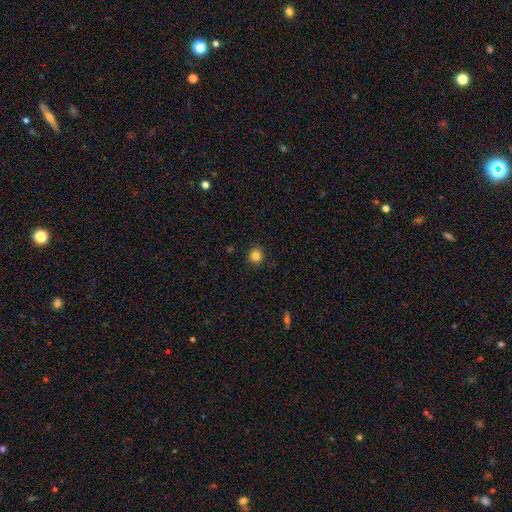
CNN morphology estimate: smooth_or_featured: smooth (p=0.84) [alt: star or artifact p=0.12]
how_rounded: round (p=0.92) [alt: in between p=0.07]
merging: none (p=0.91) [alt: minor disturbance p=0.06]